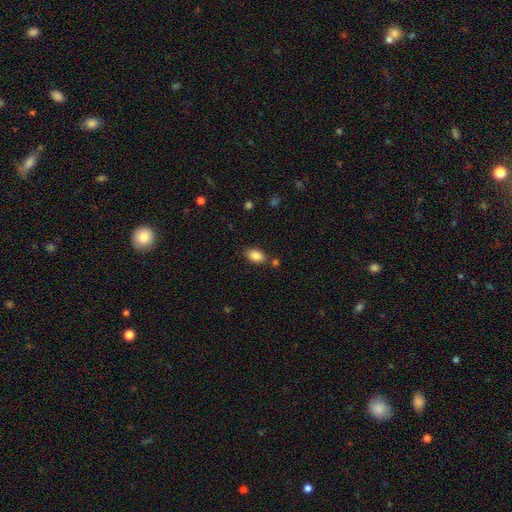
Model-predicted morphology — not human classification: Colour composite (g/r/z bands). It shows a smooth galaxy with no disk features (87%) that is in between round and cigar-shaped (89%). Merging: none (77%).